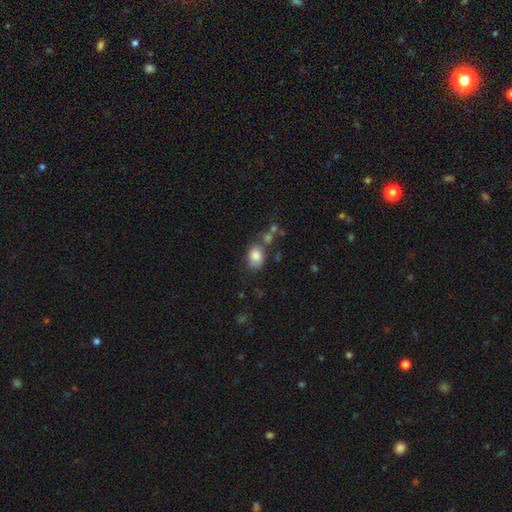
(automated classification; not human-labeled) smooth 82%, featured or disk 9%, star or artifact 9%. Down the decision tree: how rounded — in between (70%); merging — none (51%).